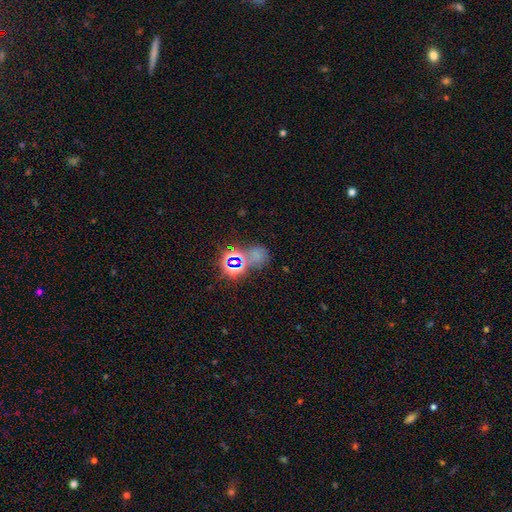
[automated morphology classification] smooth-or-featured: star or artifact: 52% | smooth: 38% | featured or disk: 10%